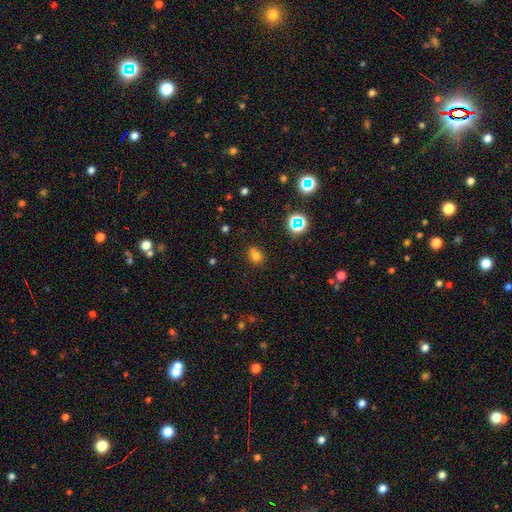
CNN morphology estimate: The model was most divided on "how rounded": round: 63%, in between: 36%, cigar-shaped: 1%. More confident: smooth or featured — smooth (72%); merging — none (71%).